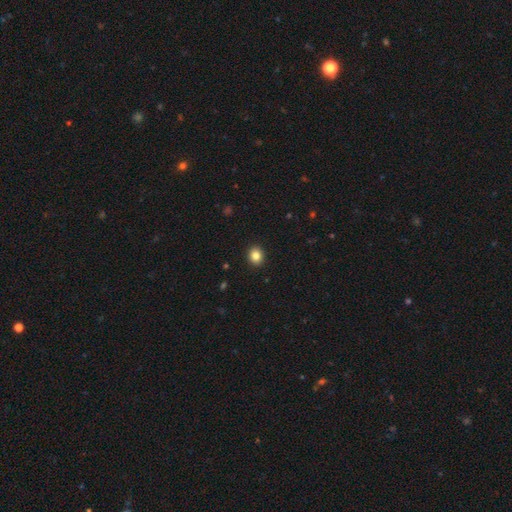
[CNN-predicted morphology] This appears to be a smooth galaxy with no disk features (84%) that is round (68%). Merging: none (92%).